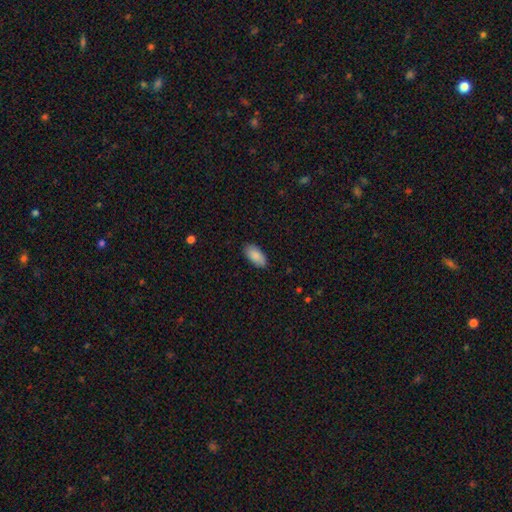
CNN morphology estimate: Smooth or featured? smooth (88%)
How rounded? in between (94%)
Merging? none (87%)